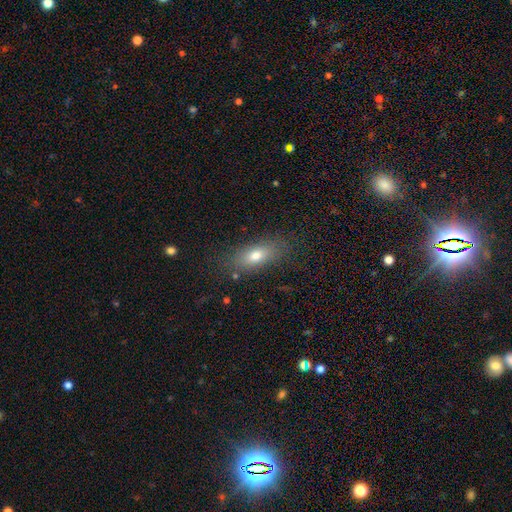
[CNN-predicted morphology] Overall: smooth (73%). How rounded: in between (73%). Merging: none (81%).